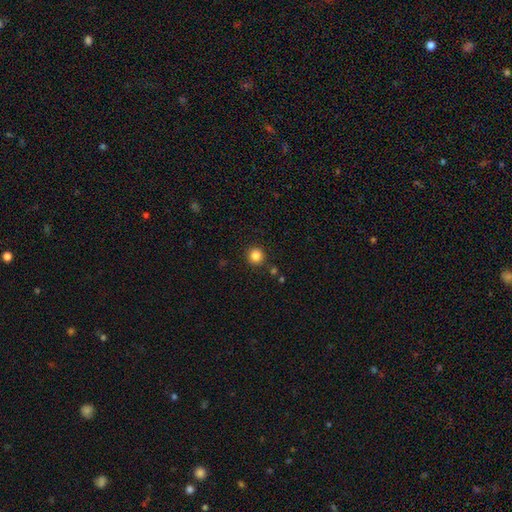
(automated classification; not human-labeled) Smooth or featured: smooth — 84% (star or artifact — 12%)
How rounded: round — 95% (in between — 4%)
Merging: none — 90% (minor disturbance — 5%)